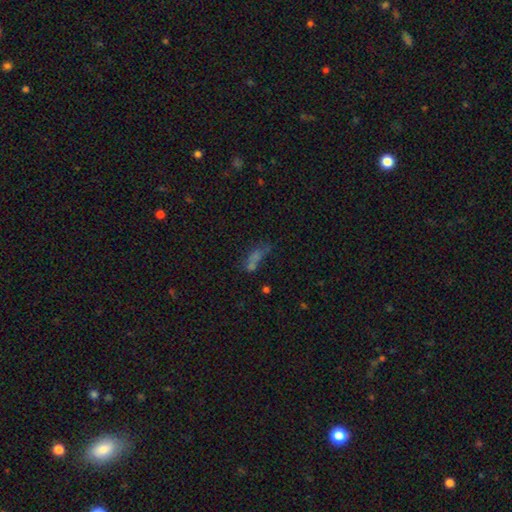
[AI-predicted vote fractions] A smooth galaxy with no disk features (49%). Merging: none (38%).